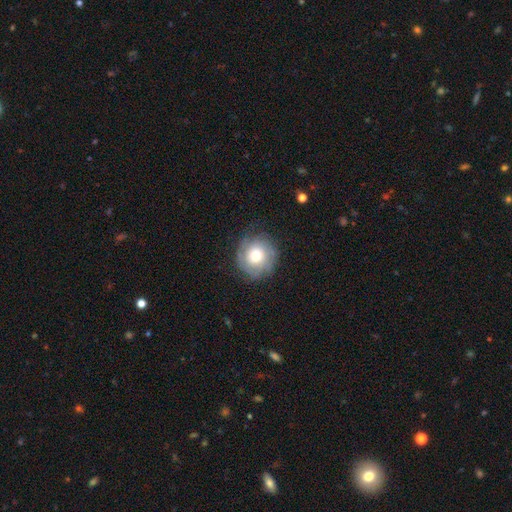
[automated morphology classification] smooth_or_featured: featured or disk (p=0.51) [alt: smooth p=0.42]
disk_edge_on: no (p=0.97) [alt: yes p=0.03]
merging: none (p=0.77) [alt: minor disturbance p=0.16]